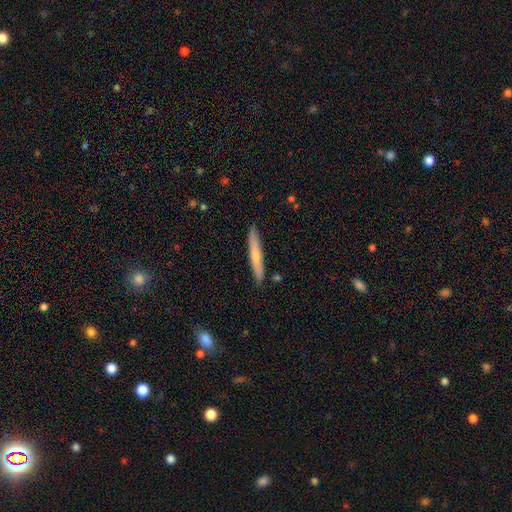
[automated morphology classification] A smooth galaxy with no disk features (55%) that is cigar-shaped (95%).

Vote fractions:
- Smooth or featured? smooth: 55% / featured or disk: 39% / star or artifact: 6%
- How rounded? cigar-shaped: 95% / in between: 4% / round: 1%
- Merging? none: 88% / minor disturbance: 9% / major disturbance: 2% / merger: 2%